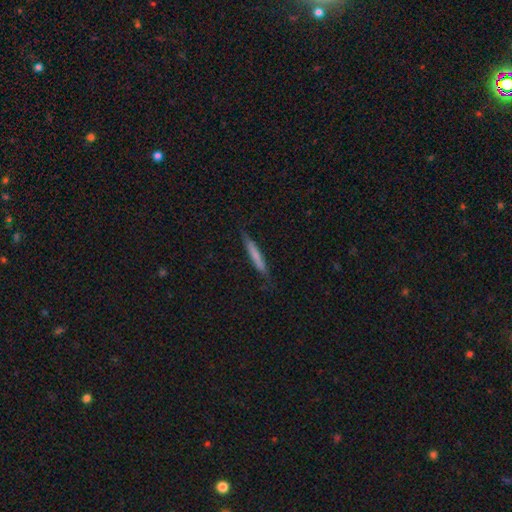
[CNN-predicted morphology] A smooth galaxy with no disk features (66%) that is cigar-shaped (95%).

Vote fractions:
- Smooth or featured? smooth: 66% / featured or disk: 28% / star or artifact: 6%
- How rounded? cigar-shaped: 95% / in between: 4% / round: 1%
- Merging? none: 80% / minor disturbance: 15% / major disturbance: 3% / merger: 1%